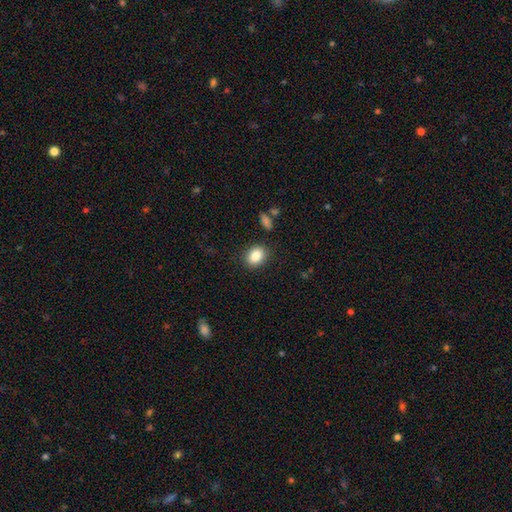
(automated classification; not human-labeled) Smooth or featured: smooth — 86% (star or artifact — 9%)
How rounded: in between — 59% (round — 40%)
Merging: none — 87% (minor disturbance — 9%)